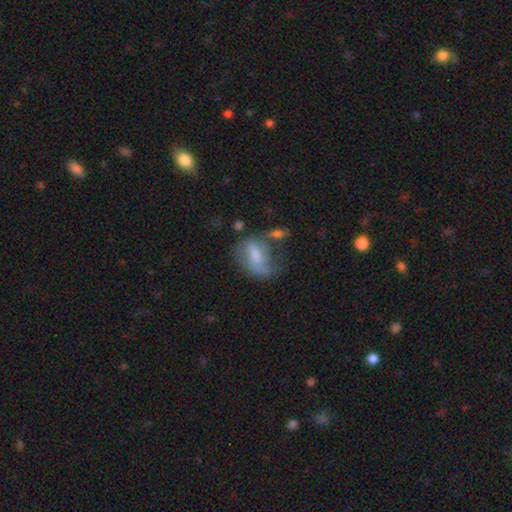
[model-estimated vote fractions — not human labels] This is possibly a smooth galaxy (52%). How rounded: likely in between (79%). Merging: marginally major disturbance (31%).